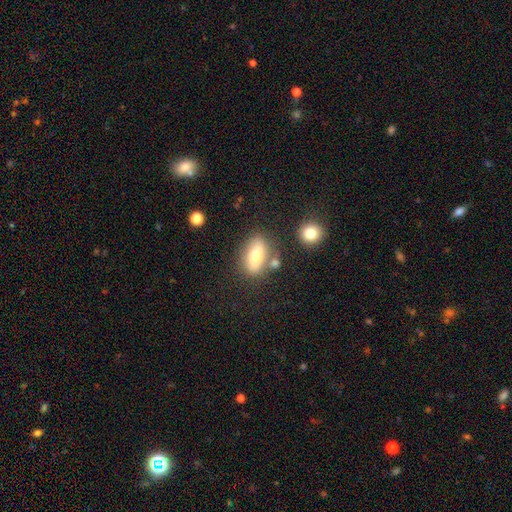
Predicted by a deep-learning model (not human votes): Smooth or featured?
  - smooth: 66% *
  - featured or disk: 26%
  - star or artifact: 8%
How rounded?
  - in between: 77% *
  - cigar-shaped: 16%
  - round: 7%
Merging?
  - none: 71% *
  - minor disturbance: 14%
  - merger: 10%
  - major disturbance: 5%